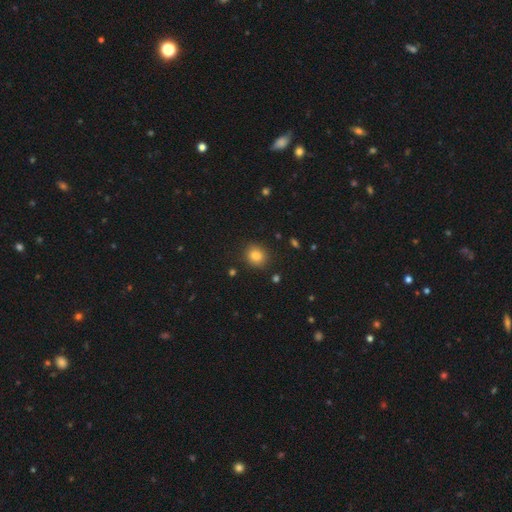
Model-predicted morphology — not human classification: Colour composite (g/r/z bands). It shows a smooth galaxy with no disk features (83%) that is round (75%). Merging: none (87%).